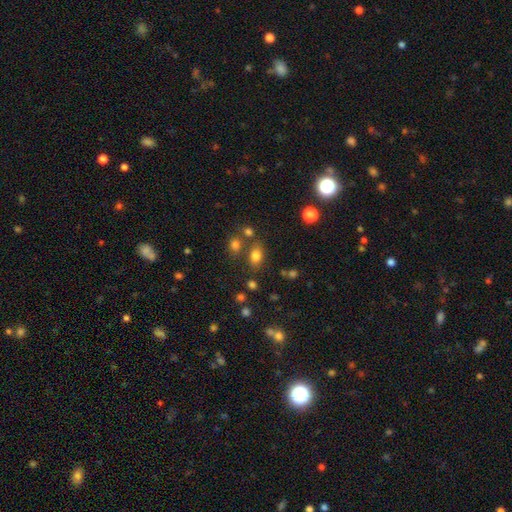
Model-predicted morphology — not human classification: This is likely a smooth galaxy (78%). How rounded: likely in between (79%). Merging: likely none (71%).